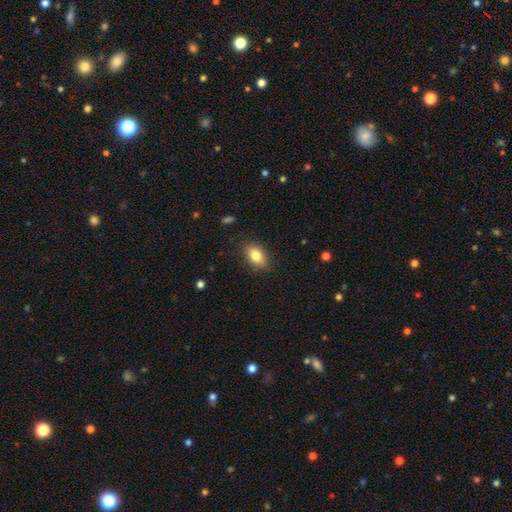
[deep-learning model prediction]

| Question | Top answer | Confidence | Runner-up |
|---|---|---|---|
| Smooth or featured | smooth | 82% | featured or disk (10%) |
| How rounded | in between | 84% | round (14%) |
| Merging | none | 87% | minor disturbance (10%) |